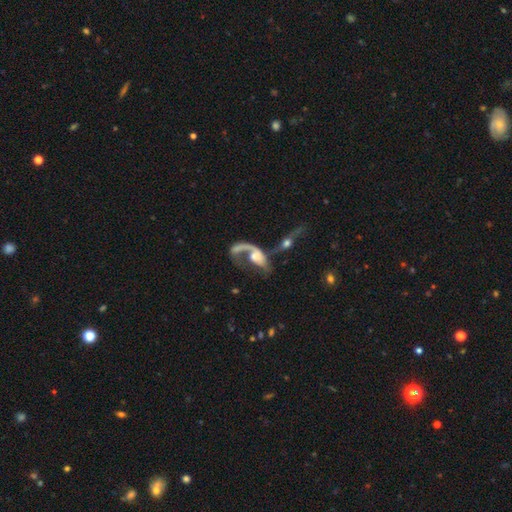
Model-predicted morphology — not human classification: A featured or disk galaxy (66%) with no bar (71%), spiral arms (71%) and a moderate central bulge (41%). Merging: major disturbance (38%).